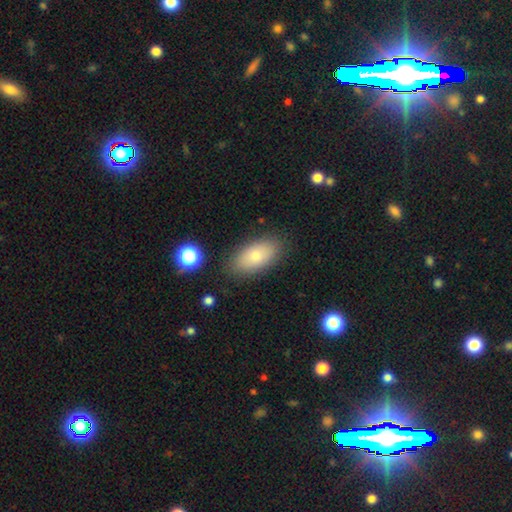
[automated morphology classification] Overall: smooth (76%). How rounded: in between (90%). Merging: none (84%).